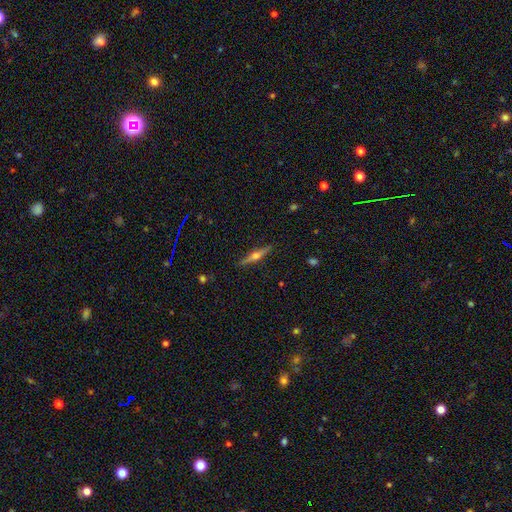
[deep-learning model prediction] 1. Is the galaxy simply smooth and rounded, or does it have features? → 70% featured or disk, 23% smooth, 7% star or artifact.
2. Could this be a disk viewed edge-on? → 97% yes, 3% no.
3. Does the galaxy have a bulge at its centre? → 94% rounded, 3% boxy, 3% none.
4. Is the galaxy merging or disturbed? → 90% none, 7% minor disturbance, 2% major disturbance, 1% merger.